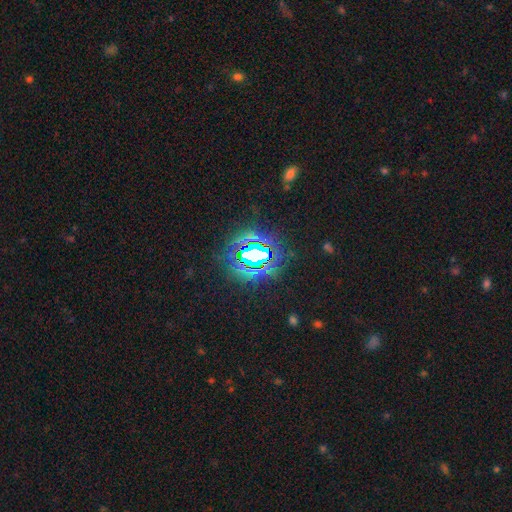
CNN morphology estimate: This is likely a star or artifact rather than a galaxy (78%).